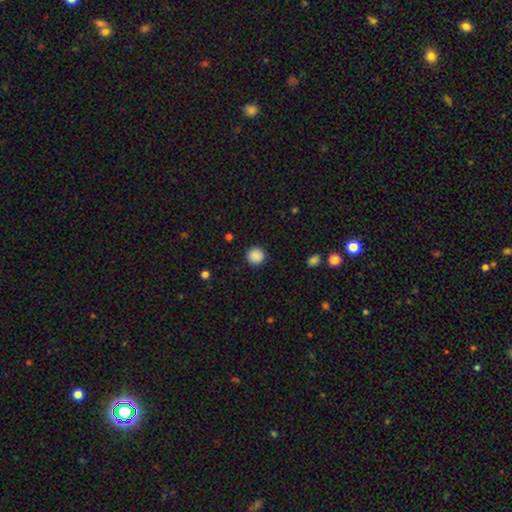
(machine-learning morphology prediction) type=smooth (89%); roundness=round (95%); merging=none (92%).